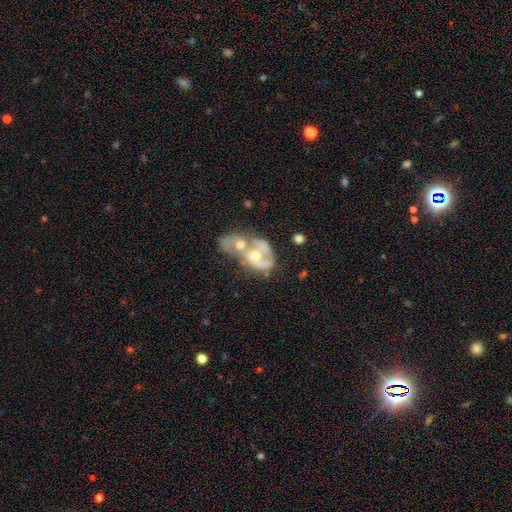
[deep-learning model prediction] smooth-or-featured: featured or disk: 66% | smooth: 26% | star or artifact: 8%
  disk-edge-on: no: 96% | yes: 4%
    bar: no: 74% | weak: 20% | strong: 5%
    has-spiral-arms: yes: 56% | no: 44%
    bulge-size: moderate: 63% | small: 23% | large: 7% | none: 6% | dominant: 2%
  merging: merger: 79% | major disturbance: 8% | none: 8% | minor disturbance: 5%